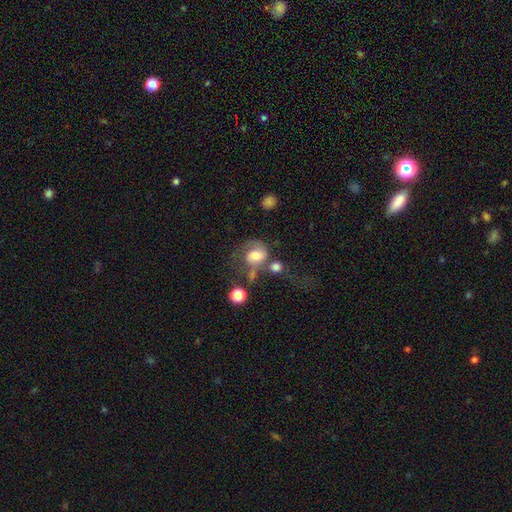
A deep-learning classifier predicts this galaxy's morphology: smooth 54%, featured or disk 35%, star or artifact 10%. Down the decision tree: how rounded — round (59%); merging — major disturbance (30%).